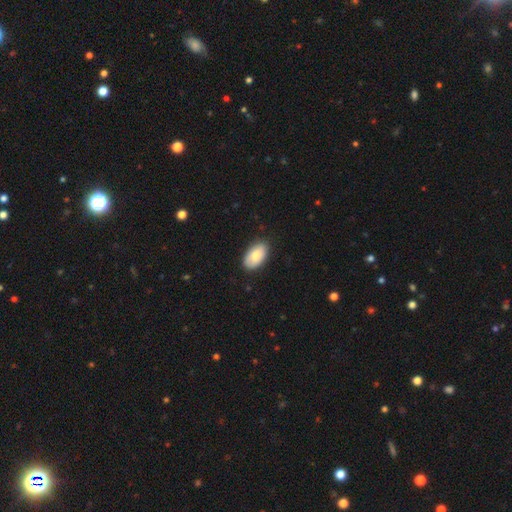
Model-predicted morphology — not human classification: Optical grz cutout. It shows a smooth galaxy with no disk features (76%) that is in between round and cigar-shaped (94%). Merging: none (86%).